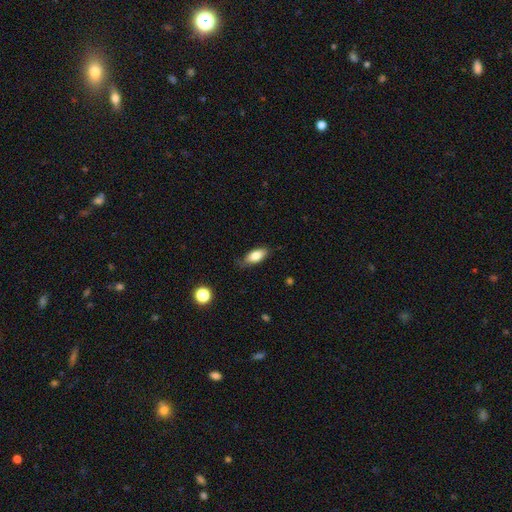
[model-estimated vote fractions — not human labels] Smooth or featured? smooth (82%)
How rounded? in between (86%)
Merging? none (74%)